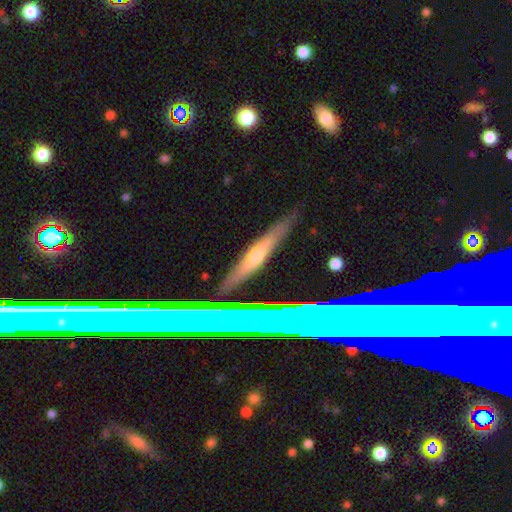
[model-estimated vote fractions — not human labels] A featured or disk galaxy (59%) viewed edge-on (91%) with a rounded central bulge (81%). Merging: none (84%).